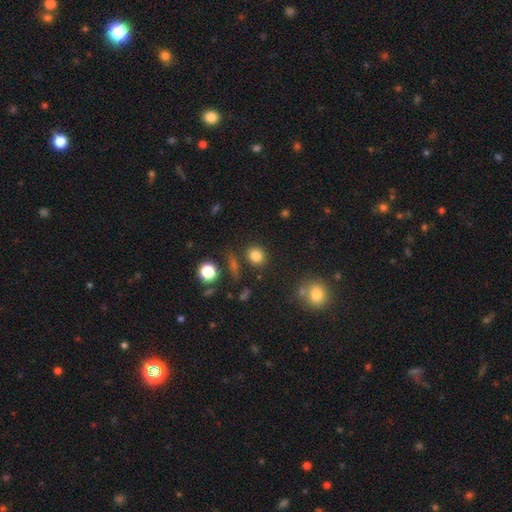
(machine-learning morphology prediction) Smooth or featured: smooth — 81% (star or artifact — 13%)
How rounded: round — 78% (in between — 20%)
Merging: none — 82% (minor disturbance — 9%)